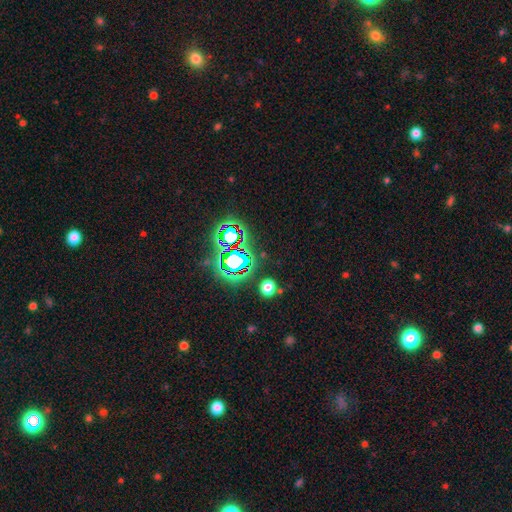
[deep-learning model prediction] The model was most divided on "smooth or featured": star or artifact: 80%, smooth: 13%, featured or disk: 8%.